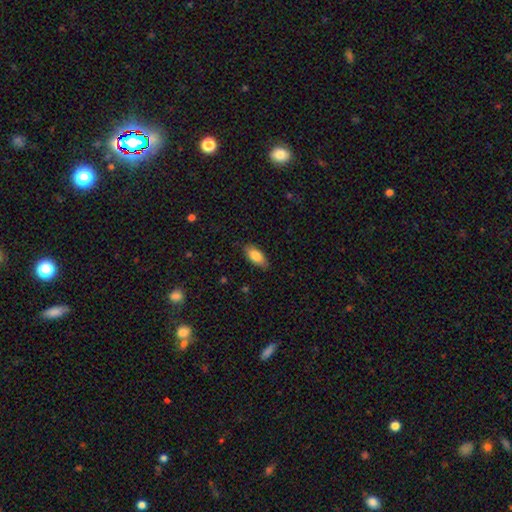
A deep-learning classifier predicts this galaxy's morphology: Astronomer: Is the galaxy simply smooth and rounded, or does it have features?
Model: smooth — 84%.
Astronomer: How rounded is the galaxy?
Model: in between — 87%.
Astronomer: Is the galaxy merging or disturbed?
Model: none — 84%.